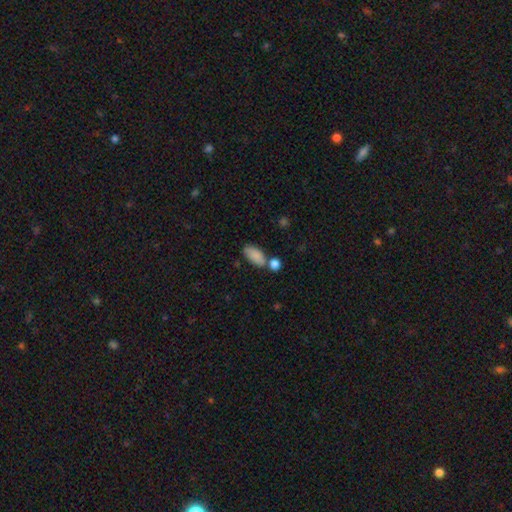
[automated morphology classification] A smooth galaxy with no disk features (86%) that is in between round and cigar-shaped (91%).

Vote fractions:
- Smooth or featured? smooth: 86% / featured or disk: 7% / star or artifact: 7%
- How rounded? in between: 91% / cigar-shaped: 6% / round: 3%
- Merging? none: 58% / merger: 22% / minor disturbance: 15% / major disturbance: 5%